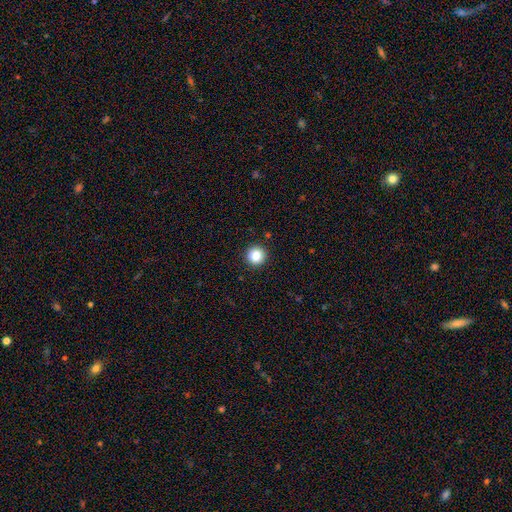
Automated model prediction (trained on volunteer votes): Q: Smooth or featured?
A: smooth (85%); runner-up: star or artifact (10%)
Q: How rounded?
A: round (96%); runner-up: in between (3%)
Q: Merging?
A: none (93%); runner-up: minor disturbance (4%)